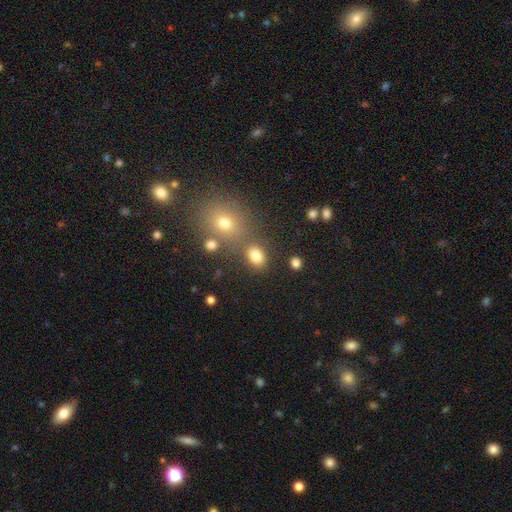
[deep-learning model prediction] smooth 80%, star or artifact 13%, featured or disk 7%. Down the decision tree: how rounded — in between (64%); merging — none (69%).